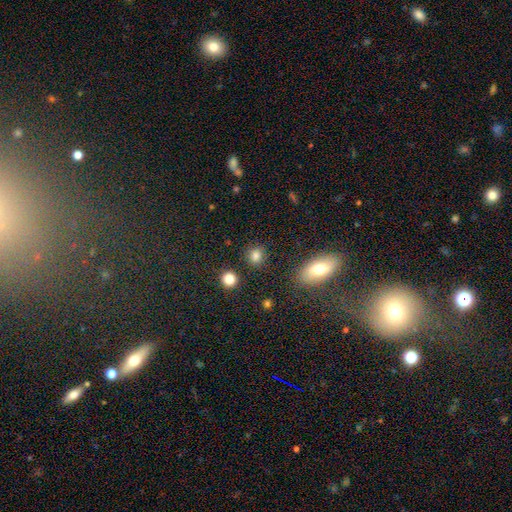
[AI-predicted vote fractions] smooth-or-featured: smooth: 83% | star or artifact: 12% | featured or disk: 5%
  how-rounded: round: 74% | in between: 24% | cigar-shaped: 1%
  merging: none: 86% | minor disturbance: 8% | merger: 3% | major disturbance: 3%